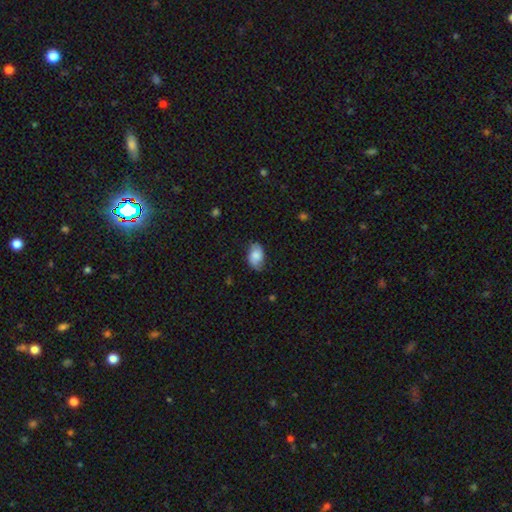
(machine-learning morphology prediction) smooth_or_featured: smooth (p=0.76) [alt: featured or disk p=0.17]
how_rounded: in between (p=0.90) [alt: round p=0.09]
merging: none (p=0.71) [alt: minor disturbance p=0.23]